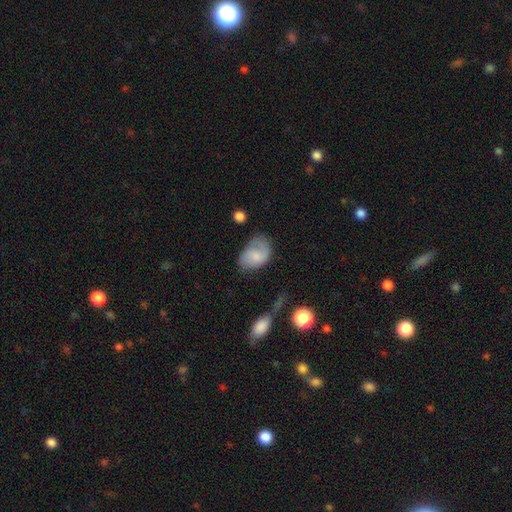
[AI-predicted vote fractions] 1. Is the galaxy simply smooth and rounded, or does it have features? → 63% smooth, 29% featured or disk, 8% star or artifact.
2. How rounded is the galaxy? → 84% in between, 14% round, 1% cigar-shaped.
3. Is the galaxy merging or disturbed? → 45% none, 32% minor disturbance, 19% major disturbance, 4% merger.